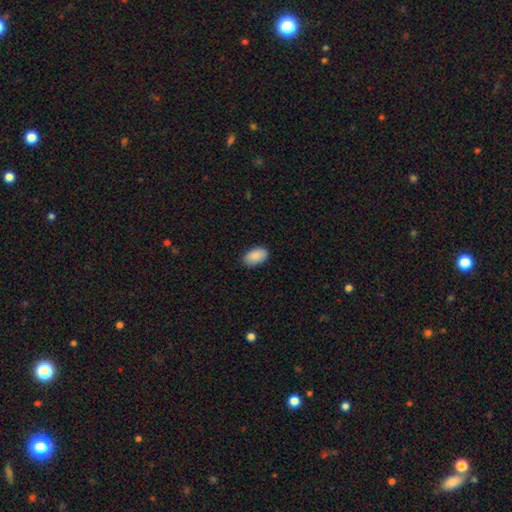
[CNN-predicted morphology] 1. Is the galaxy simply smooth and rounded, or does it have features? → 90% smooth, 6% star or artifact, 4% featured or disk.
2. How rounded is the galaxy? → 94% in between, 5% round, 1% cigar-shaped.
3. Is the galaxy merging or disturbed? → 86% none, 11% minor disturbance, 2% major disturbance, 1% merger.